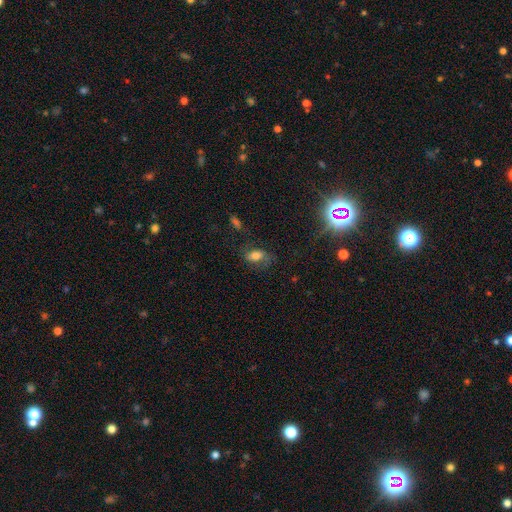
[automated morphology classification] This appears to be a smooth galaxy with no disk features (66%) that is in between round and cigar-shaped (86%). Merging: none (61%).